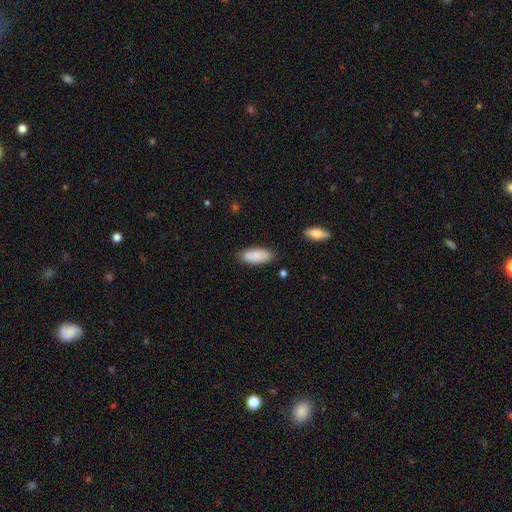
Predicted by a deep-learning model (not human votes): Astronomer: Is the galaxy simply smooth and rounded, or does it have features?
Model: smooth — 88%.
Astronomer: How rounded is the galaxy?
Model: in between — 83%.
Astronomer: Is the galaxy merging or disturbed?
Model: none — 82%.